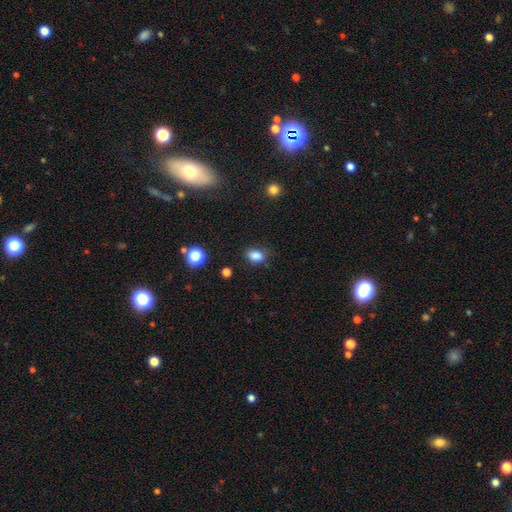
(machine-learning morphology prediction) A smooth galaxy with no disk features (85%) that is in between round and cigar-shaped (75%). Merging: none (73%).